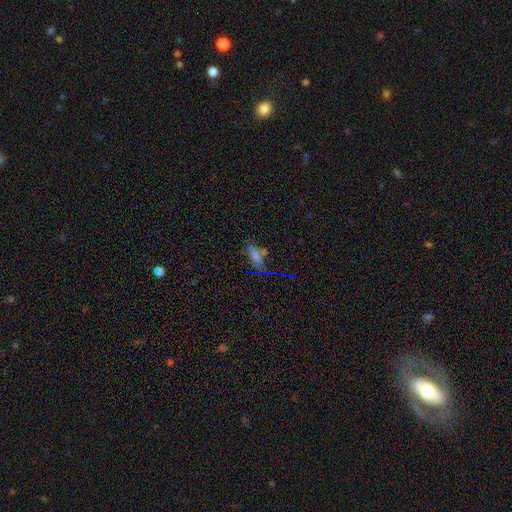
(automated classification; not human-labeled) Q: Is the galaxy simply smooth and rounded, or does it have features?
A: smooth — 60%.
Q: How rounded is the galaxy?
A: in between — 64%.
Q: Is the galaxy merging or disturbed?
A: none — 63%.